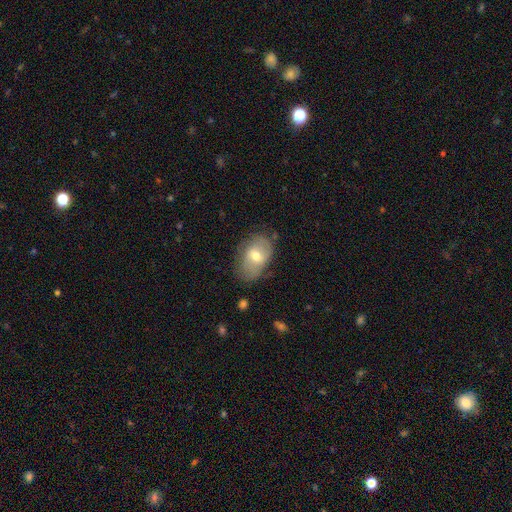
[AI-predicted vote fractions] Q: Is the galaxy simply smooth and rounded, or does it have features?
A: smooth — 54%.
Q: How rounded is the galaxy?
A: in between — 86%.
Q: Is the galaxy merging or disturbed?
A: none — 66%.